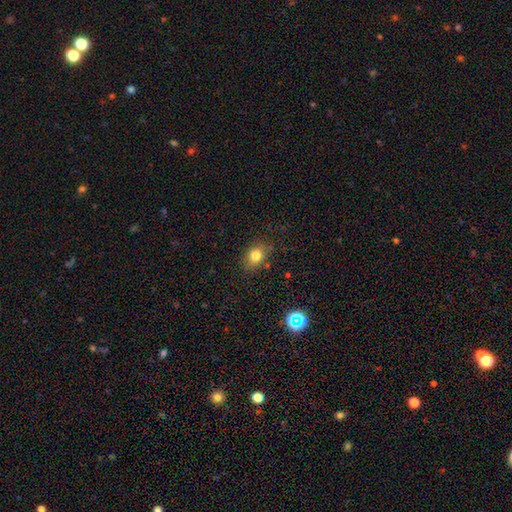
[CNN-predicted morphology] A smooth galaxy with no disk features (78%) that is in between round and cigar-shaped (54%). Merging: none (79%).